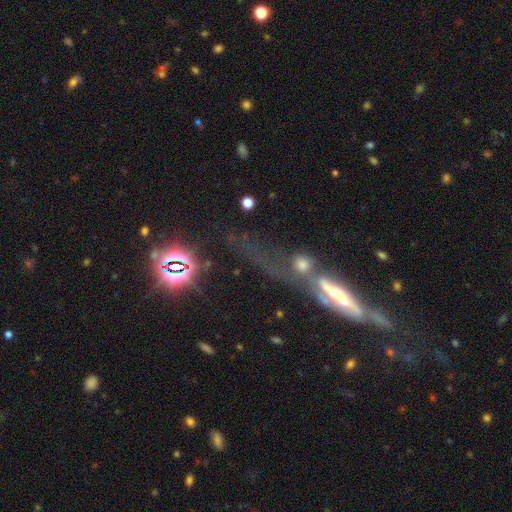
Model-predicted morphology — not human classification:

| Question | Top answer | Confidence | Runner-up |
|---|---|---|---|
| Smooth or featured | featured or disk | 58% | smooth (21%) |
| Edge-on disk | yes | 65% | no (35%) |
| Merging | none | 39% | merger (24%) |